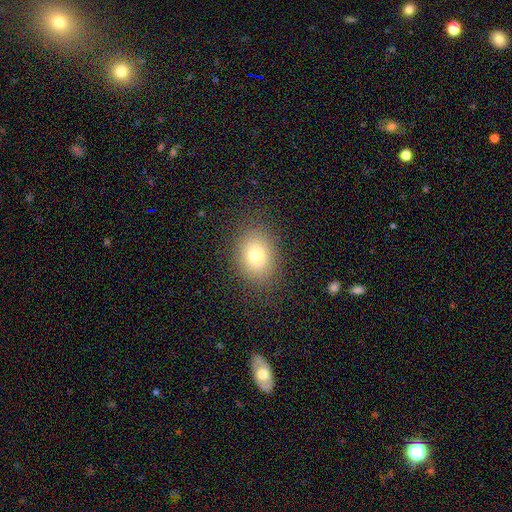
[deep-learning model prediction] This is likely a smooth galaxy (75%). How rounded: possibly in between (58%). Merging: clearly none (84%).